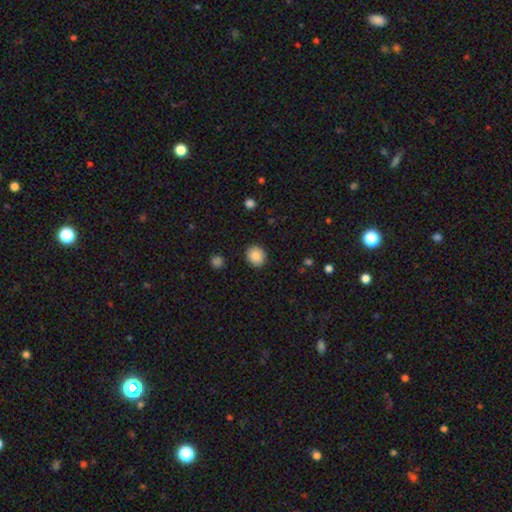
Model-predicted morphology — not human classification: The model was most divided on "how rounded": round: 85%, in between: 14%, cigar-shaped: 1%. More confident: merging — none (90%); smooth or featured — smooth (88%).